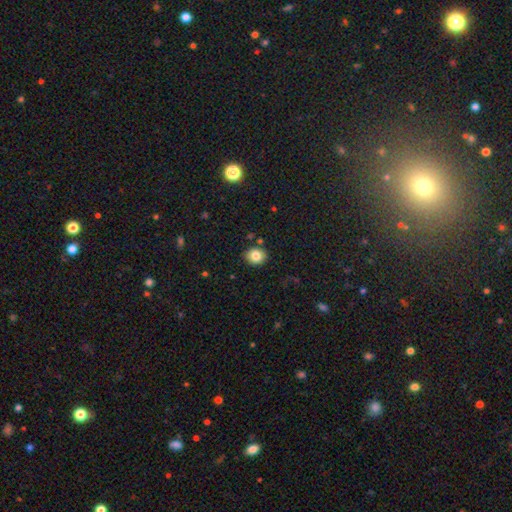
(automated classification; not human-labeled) This is clearly a smooth galaxy (82%). How rounded: likely round (69%). Merging: clearly none (86%).